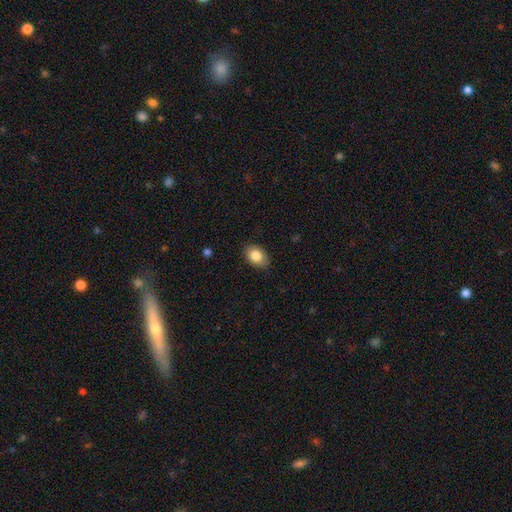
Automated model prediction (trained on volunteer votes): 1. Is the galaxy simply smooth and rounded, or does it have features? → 83% smooth, 9% featured or disk, 8% star or artifact.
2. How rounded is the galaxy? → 81% in between, 18% round, 1% cigar-shaped.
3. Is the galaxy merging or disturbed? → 84% none, 13% minor disturbance, 2% major disturbance, 1% merger.